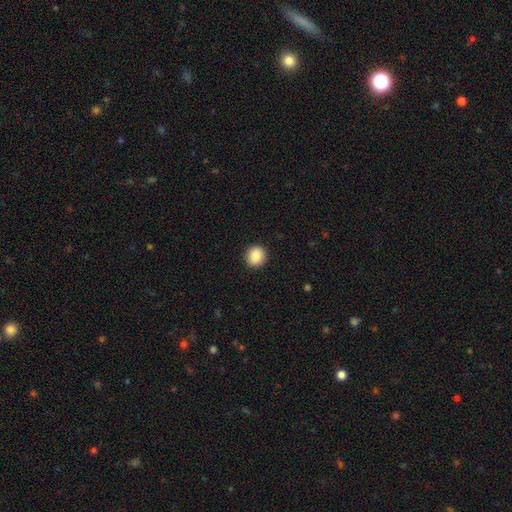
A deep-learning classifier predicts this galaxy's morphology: type=smooth (88%); roundness=round (86%); merging=none (92%).